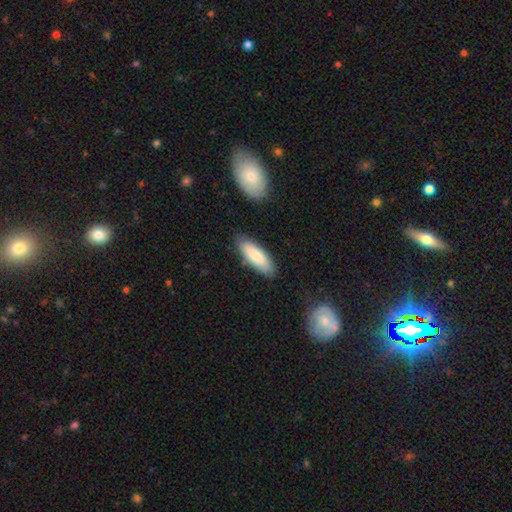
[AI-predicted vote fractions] This appears to be a smooth galaxy with no disk features (82%) that is in between round and cigar-shaped (62%). Merging: none (84%).